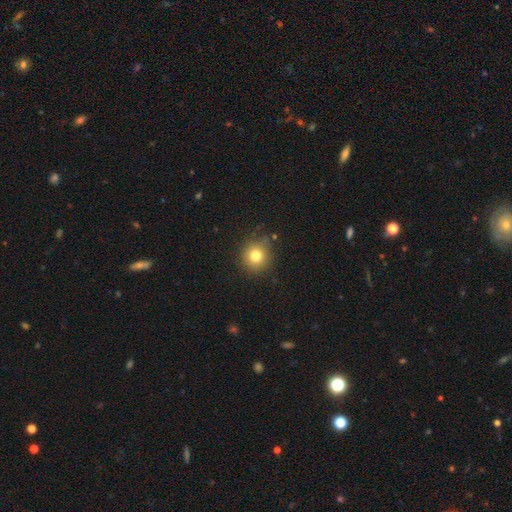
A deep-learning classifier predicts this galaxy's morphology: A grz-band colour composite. It shows a smooth galaxy with no disk features (79%) that is round (91%). Merging: none (84%).